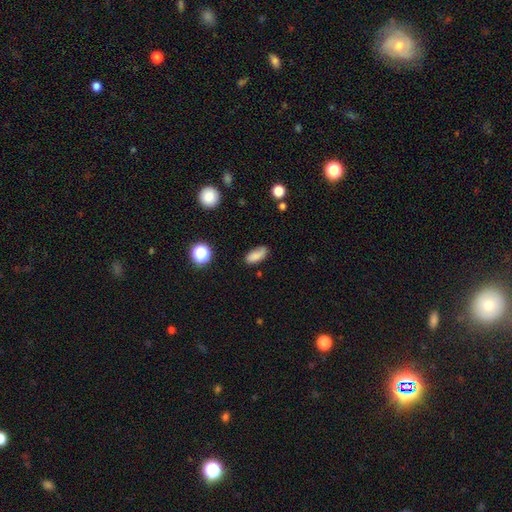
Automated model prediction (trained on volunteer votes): This is clearly a smooth galaxy (81%). How rounded: clearly in between (84%). Merging: likely none (73%).